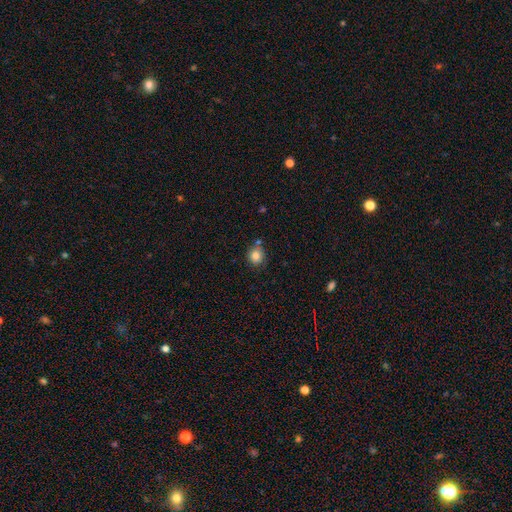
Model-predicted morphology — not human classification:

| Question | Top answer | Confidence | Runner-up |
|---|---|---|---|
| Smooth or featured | smooth | 84% | star or artifact (10%) |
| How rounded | round | 86% | in between (13%) |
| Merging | none | 76% | minor disturbance (13%) |